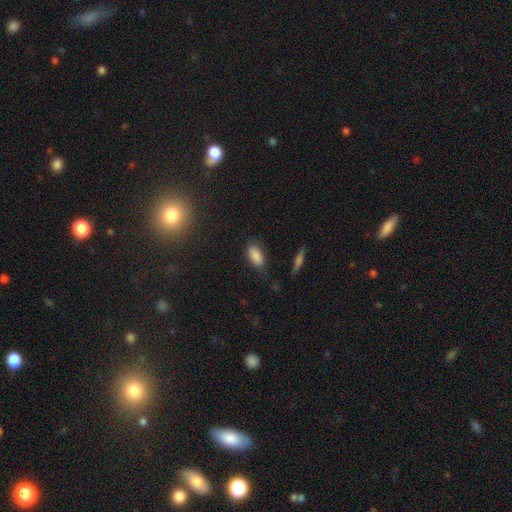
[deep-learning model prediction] Q: Smooth or featured?
A: smooth (86%); runner-up: star or artifact (8%)
Q: How rounded?
A: in between (91%); runner-up: cigar-shaped (6%)
Q: Merging?
A: none (75%); runner-up: minor disturbance (18%)